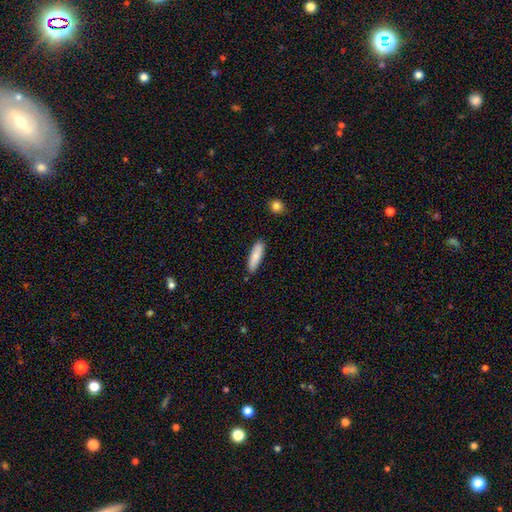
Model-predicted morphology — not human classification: smooth_or_featured: smooth (p=0.79) [alt: featured or disk p=0.15]
how_rounded: cigar-shaped (p=0.62) [alt: in between p=0.37]
merging: none (p=0.84) [alt: minor disturbance p=0.11]